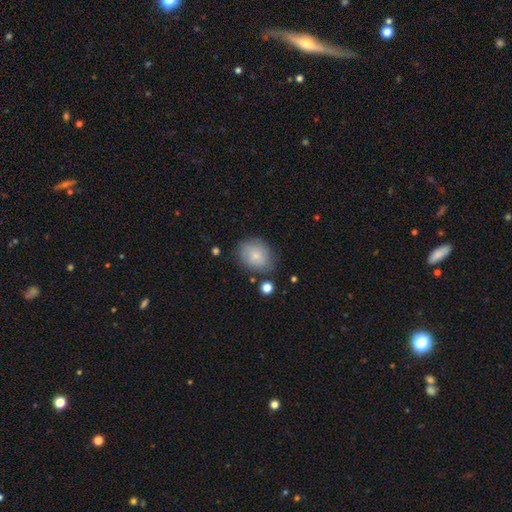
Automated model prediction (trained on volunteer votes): smooth_or_featured: smooth (p=0.79) [alt: featured or disk p=0.13]
how_rounded: in between (p=0.53) [alt: round p=0.46]
merging: none (p=0.75) [alt: minor disturbance p=0.17]